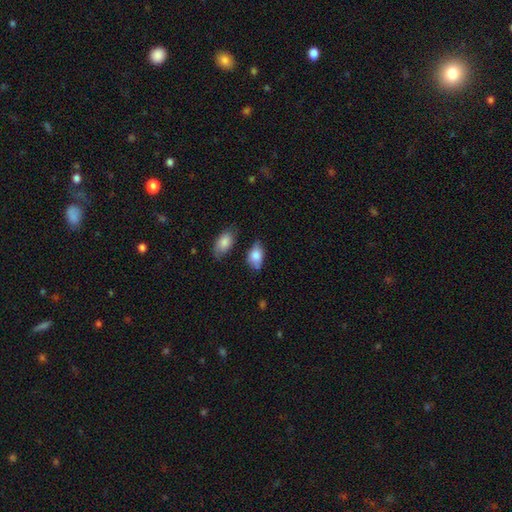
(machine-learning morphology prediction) Q: Smooth or featured?
A: smooth (79%); runner-up: featured or disk (14%)
Q: How rounded?
A: in between (89%); runner-up: round (8%)
Q: Merging?
A: none (59%); runner-up: minor disturbance (29%)